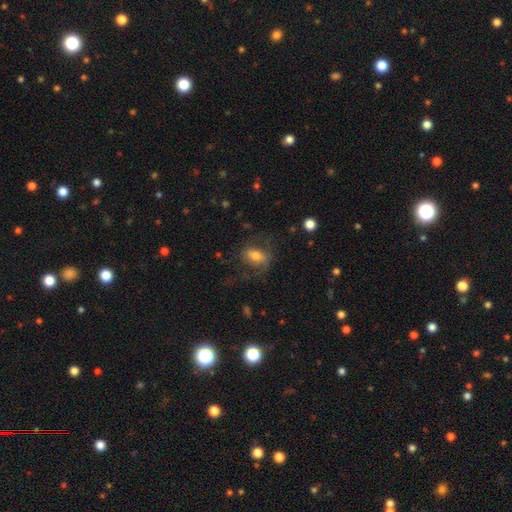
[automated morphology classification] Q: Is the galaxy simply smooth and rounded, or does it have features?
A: smooth — 47%.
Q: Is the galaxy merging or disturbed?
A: none — 53%.